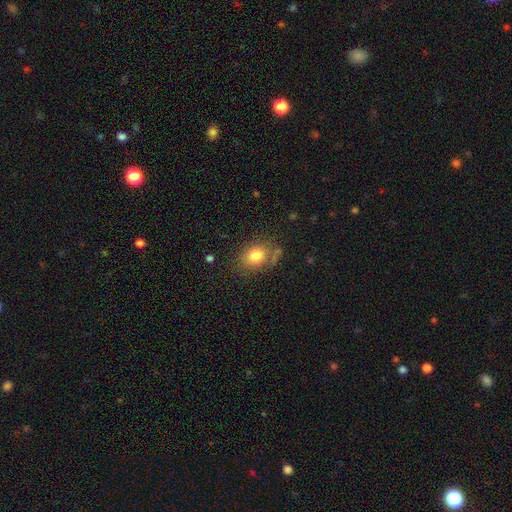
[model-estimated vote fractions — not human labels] Smooth or featured? Predicted: smooth (p=0.80). How rounded? Predicted: in between (p=0.56). Merging? Predicted: none (p=0.68).